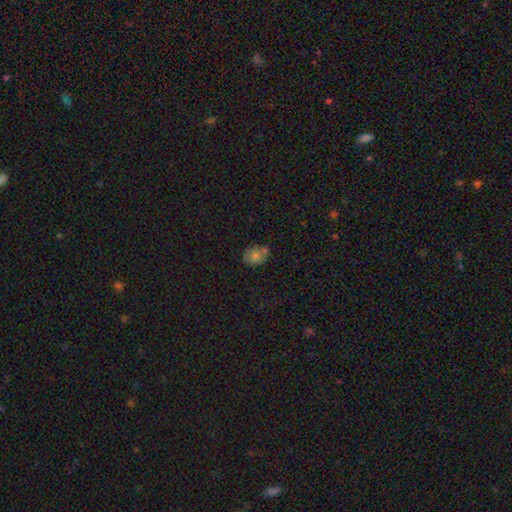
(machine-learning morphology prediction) type=smooth (70%); roundness=in between (56%); merging=none (56%).